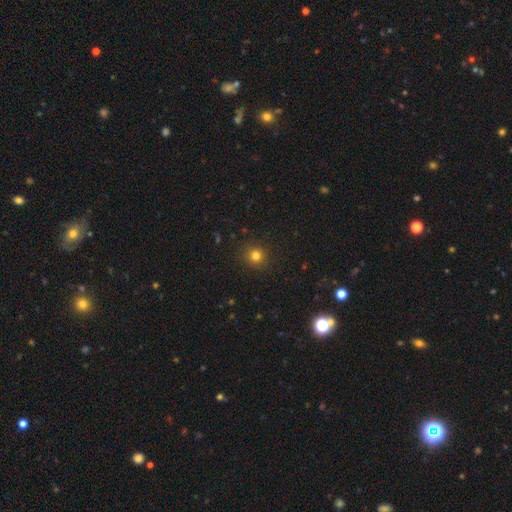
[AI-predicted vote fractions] smooth 79%, star or artifact 15%, featured or disk 5%. Down the decision tree: how rounded — round (93%); merging — none (91%).